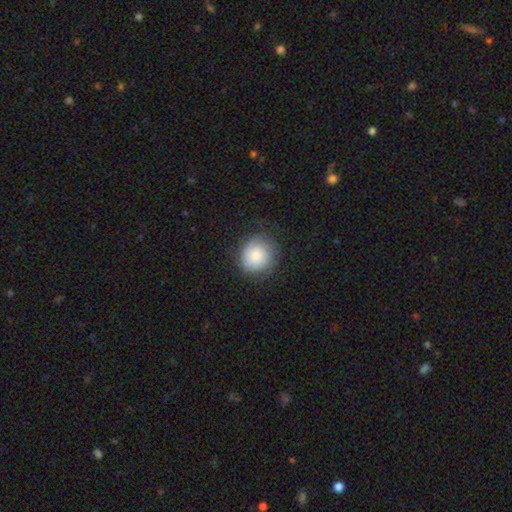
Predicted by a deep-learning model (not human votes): A smooth galaxy with no disk features (75%) that is round (87%). Merging: none (74%).